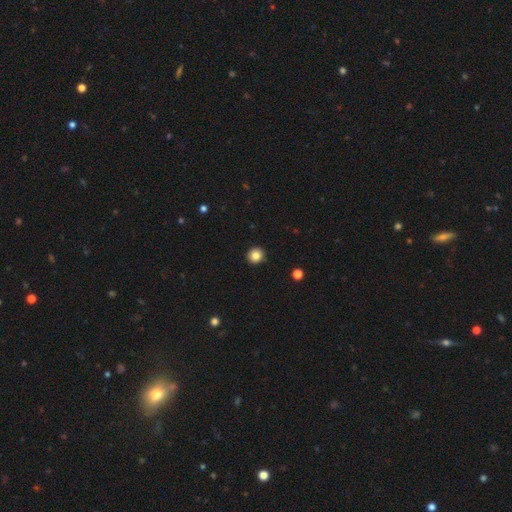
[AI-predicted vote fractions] The model was most divided on "smooth or featured": smooth: 84%, star or artifact: 11%, featured or disk: 5%. More confident: how rounded — round (93%); merging — none (93%).